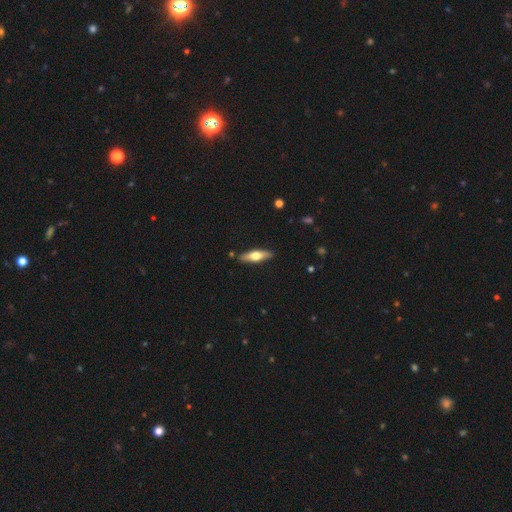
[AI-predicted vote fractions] A smooth galaxy with no disk features (53%) that is cigar-shaped (61%). Merging: none (87%).